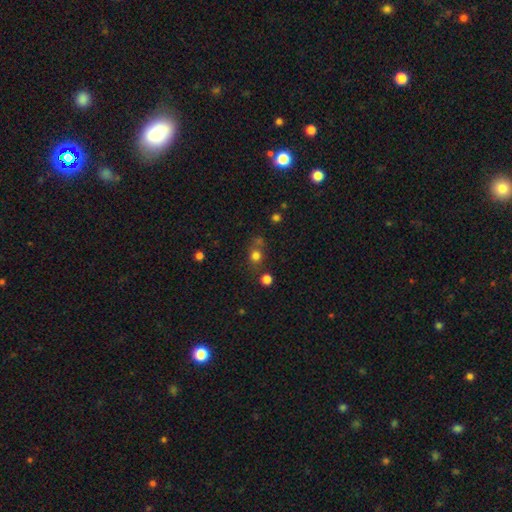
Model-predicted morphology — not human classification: Smooth or featured? Predicted: smooth (p=0.74). How rounded? Predicted: round (p=0.84). Merging? Predicted: none (p=0.64).